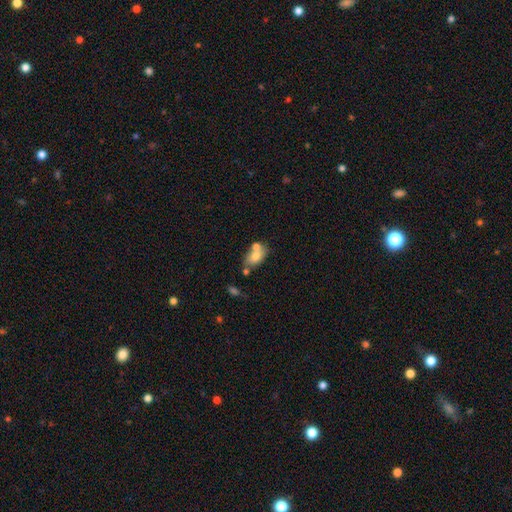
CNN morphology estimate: Overall: smooth (72%). How rounded: in between (84%). Merging: none (48%; merger 32%).